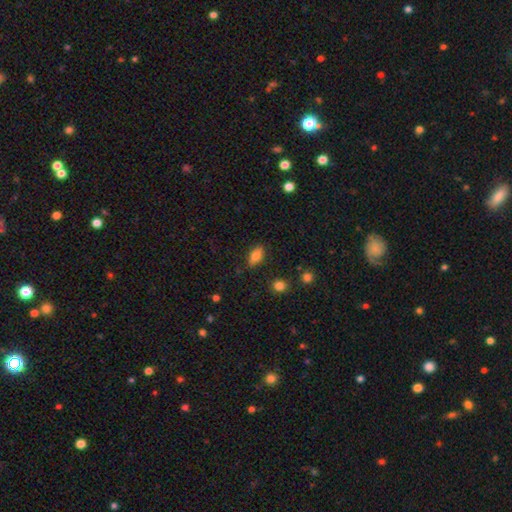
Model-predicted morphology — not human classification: smooth_or_featured: smooth (p=0.79) [alt: featured or disk p=0.13]
how_rounded: in between (p=0.86) [alt: cigar-shaped p=0.09]
merging: none (p=0.81) [alt: minor disturbance p=0.14]